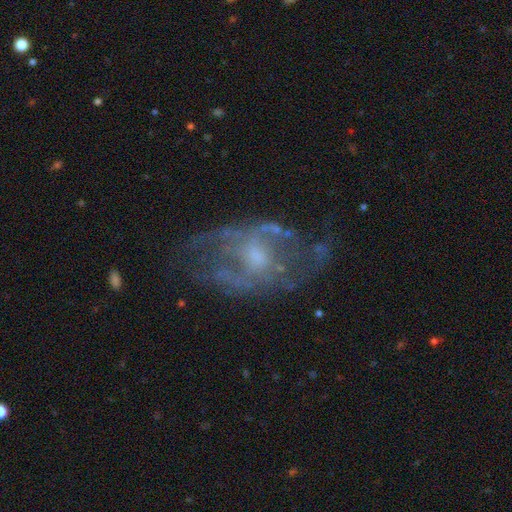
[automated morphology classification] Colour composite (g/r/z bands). It shows a featured or disk galaxy (75%) with no bar (66%), spiral arms (53%) and a moderate central bulge (42%). Merging: none (56%).